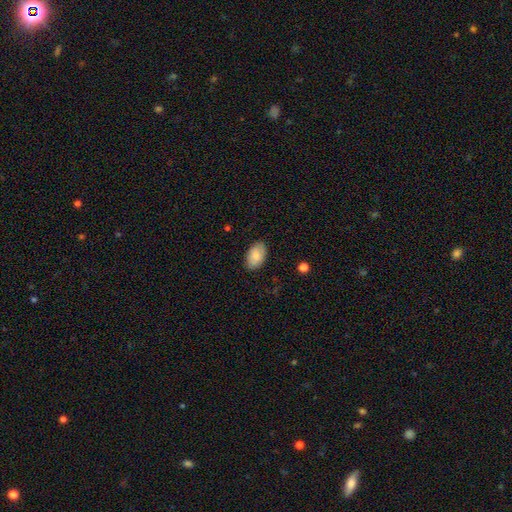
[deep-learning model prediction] Smooth or featured? Predicted: smooth (p=0.82). How rounded? Predicted: in between (p=0.94). Merging? Predicted: none (p=0.84).